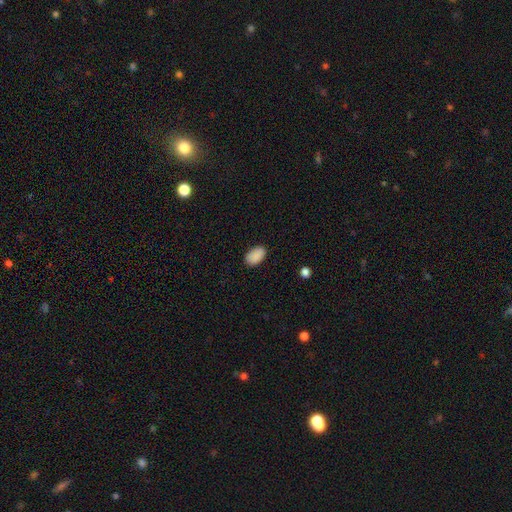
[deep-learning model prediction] A smooth galaxy with no disk features (90%) that is in between round and cigar-shaped (92%).

Vote fractions:
- Smooth or featured? smooth: 90% / star or artifact: 8% / featured or disk: 3%
- How rounded? in between: 92% / round: 6% / cigar-shaped: 1%
- Merging? none: 86% / minor disturbance: 11% / major disturbance: 2% / merger: 1%